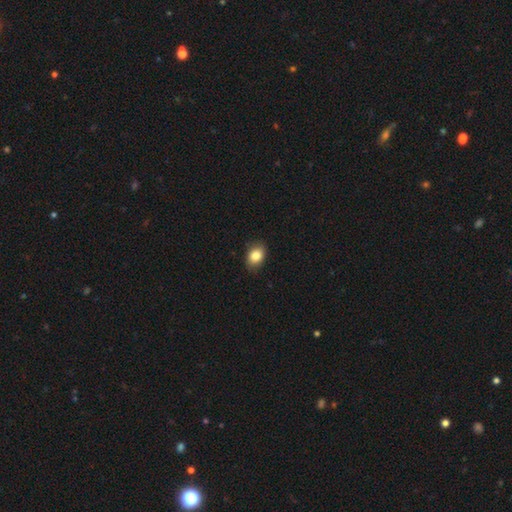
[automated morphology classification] A smooth galaxy with no disk features (84%) that is in between round and cigar-shaped (73%).

Vote fractions:
- Smooth or featured? smooth: 84% / star or artifact: 8% / featured or disk: 7%
- How rounded? in between: 73% / round: 26% / cigar-shaped: 1%
- Merging? none: 85% / minor disturbance: 12% / major disturbance: 2% / merger: 1%